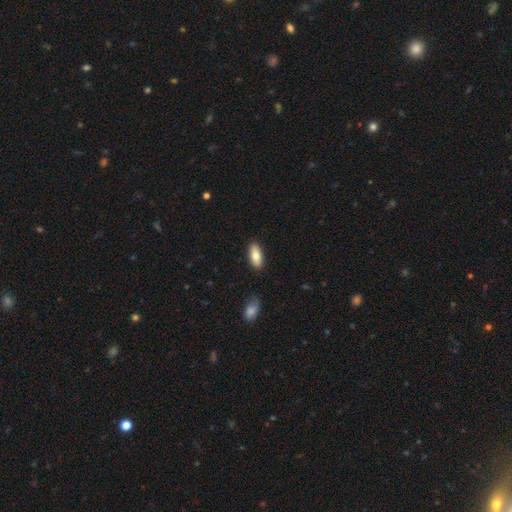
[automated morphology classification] The model was most divided on "smooth or featured": smooth: 80%, featured or disk: 14%, star or artifact: 6%. More confident: merging — none (87%); how rounded — in between (84%).